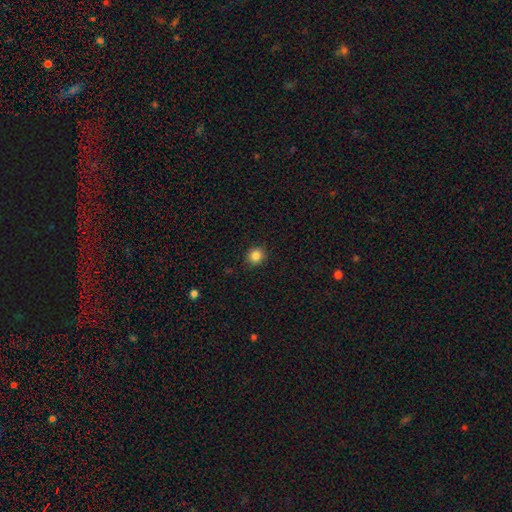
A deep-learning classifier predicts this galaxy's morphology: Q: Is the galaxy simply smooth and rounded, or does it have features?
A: smooth — 85%.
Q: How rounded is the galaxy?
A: round — 86%.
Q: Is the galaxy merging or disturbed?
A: none — 91%.